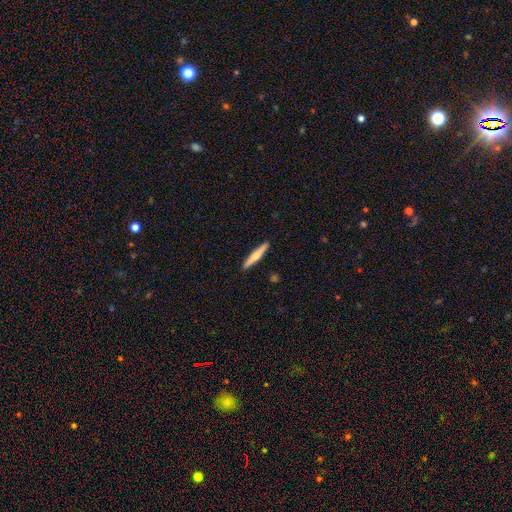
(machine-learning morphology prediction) smooth-or-featured: smooth: 54% | featured or disk: 41% | star or artifact: 5%
  how-rounded: cigar-shaped: 92% | in between: 6% | round: 1%
  merging: none: 91% | minor disturbance: 7% | major disturbance: 1% | merger: 1%